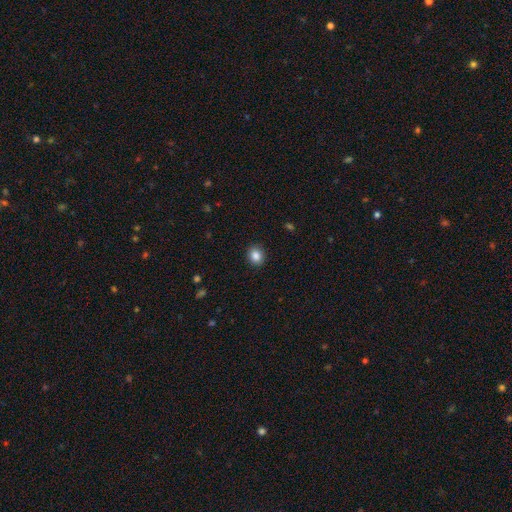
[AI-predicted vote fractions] Smooth or featured: smooth — 86% (star or artifact — 9%)
How rounded: round — 65% (in between — 34%)
Merging: none — 90% (minor disturbance — 7%)